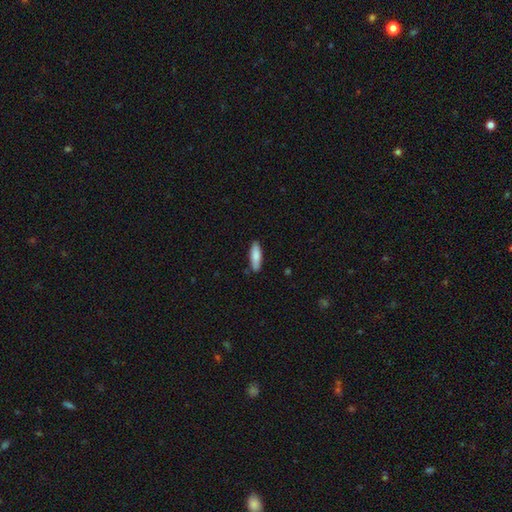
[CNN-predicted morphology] Smooth or featured?
  - smooth: 85% *
  - featured or disk: 10%
  - star or artifact: 6%
How rounded?
  - in between: 49% * (tied)
  - cigar-shaped: 49% * (tied)
  - round: 2%
Merging?
  - none: 84% *
  - minor disturbance: 12%
  - major disturbance: 2%
  - merger: 2%